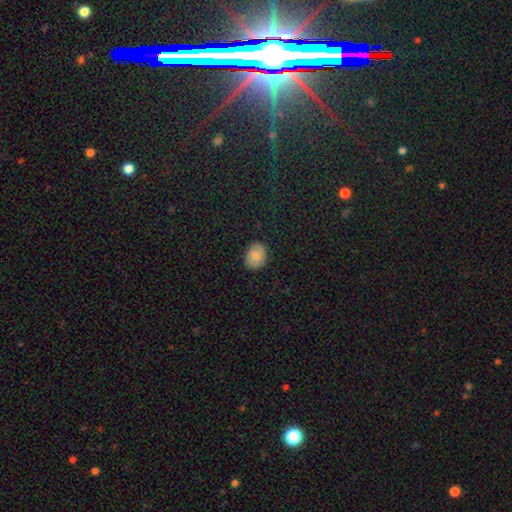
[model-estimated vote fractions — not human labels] smooth 75%, featured or disk 16%, star or artifact 10%. Down the decision tree: how rounded — in between (60%); merging — none (80%).